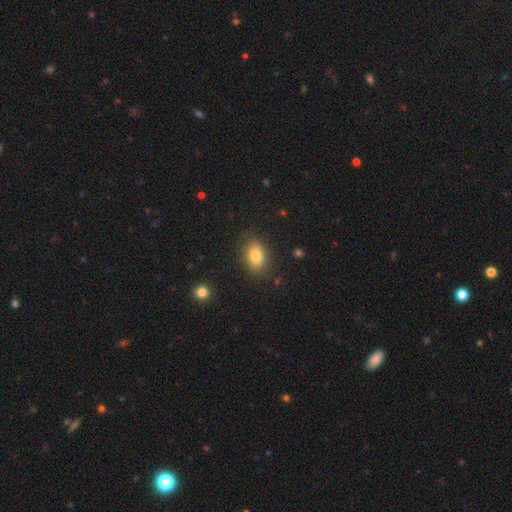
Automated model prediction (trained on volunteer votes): Smooth or featured? smooth (81%)
How rounded? in between (77%)
Merging? none (85%)